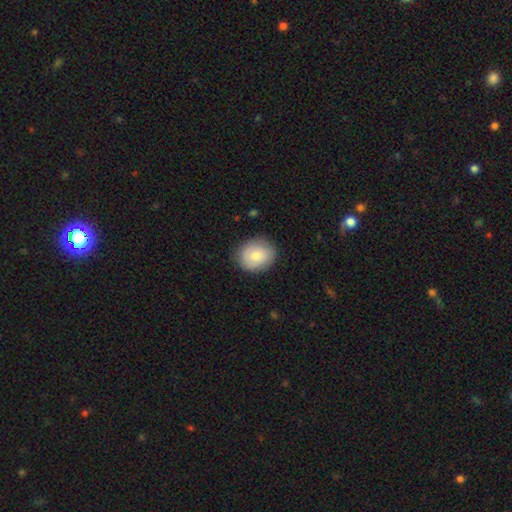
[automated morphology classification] Smooth or featured: smooth — 77% (featured or disk — 16%)
How rounded: round — 63% (in between — 36%)
Merging: none — 83% (minor disturbance — 13%)